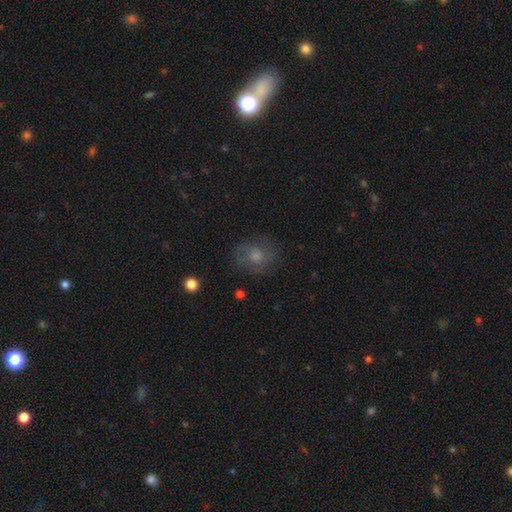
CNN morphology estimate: A smooth galaxy with no disk features (46%).

Vote fractions:
- Smooth or featured? smooth: 46% / featured or disk: 36% / star or artifact: 18%
- Merging? none: 78% / minor disturbance: 15% / major disturbance: 6% / merger: 1%